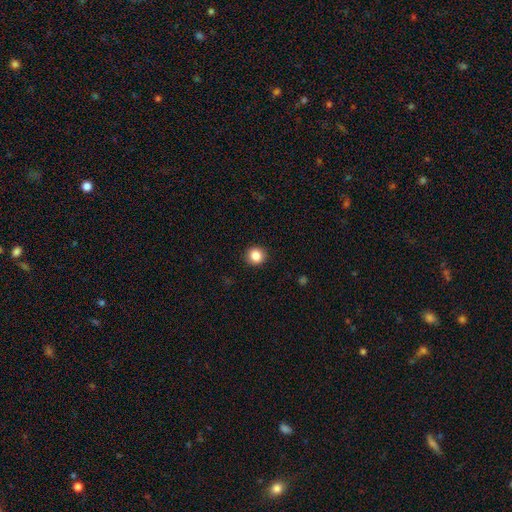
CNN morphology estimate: smooth_or_featured: smooth (p=0.86) [alt: star or artifact p=0.10]
how_rounded: round (p=0.92) [alt: in between p=0.07]
merging: none (p=0.92) [alt: minor disturbance p=0.05]